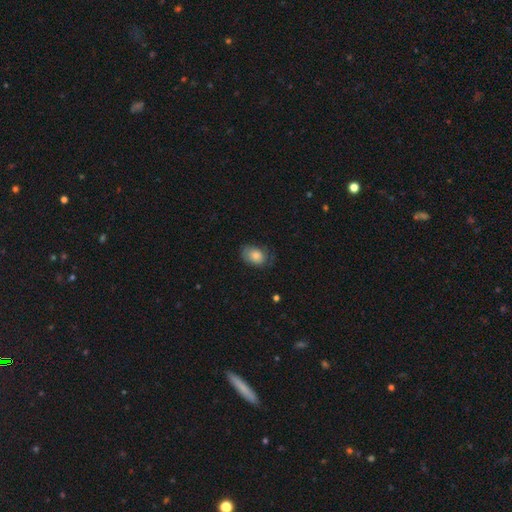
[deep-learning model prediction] Smooth or featured? smooth (77%)
How rounded? in between (75%)
Merging? none (64%)